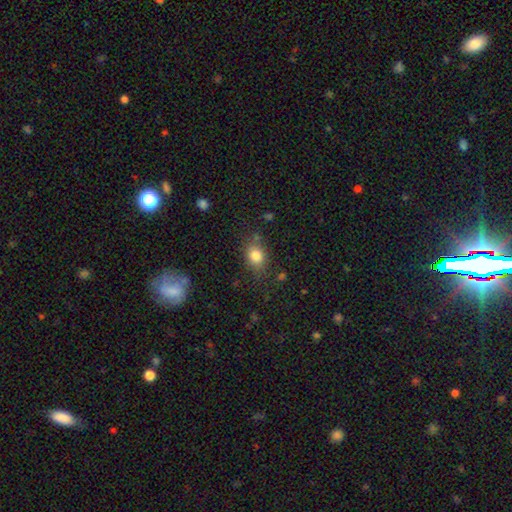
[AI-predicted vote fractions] Q: Smooth or featured?
A: smooth (81%); runner-up: star or artifact (11%)
Q: How rounded?
A: in between (53%); runner-up: round (45%)
Q: Merging?
A: none (74%); runner-up: minor disturbance (17%)